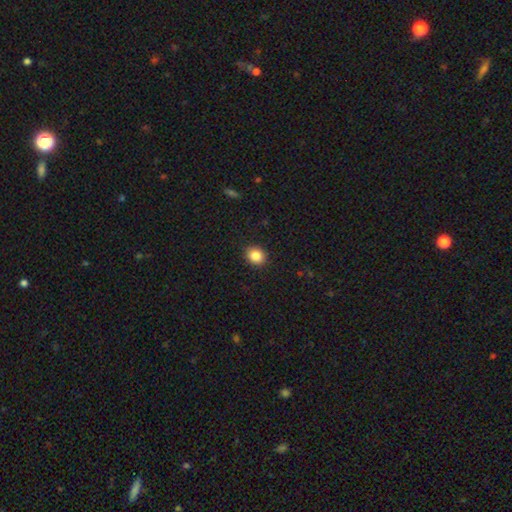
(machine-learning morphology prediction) Smooth or featured? smooth (85%)
How rounded? round (68%)
Merging? none (90%)